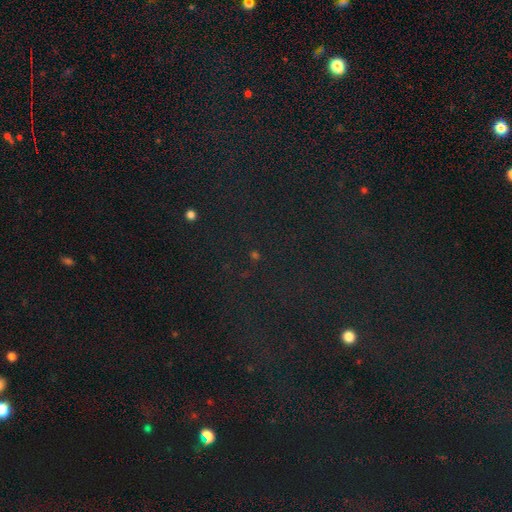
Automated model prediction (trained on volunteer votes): Smooth or featured: star or artifact — 79% (smooth — 13%)